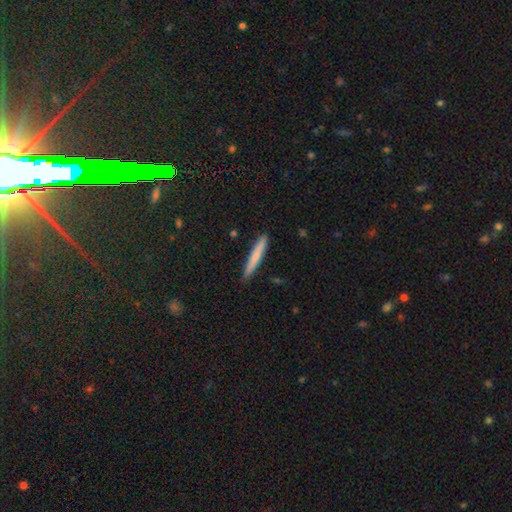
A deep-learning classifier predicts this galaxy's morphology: Smooth or featured? Predicted: smooth (p=0.72). How rounded? Predicted: cigar-shaped (p=0.95). Merging? Predicted: none (p=0.88).